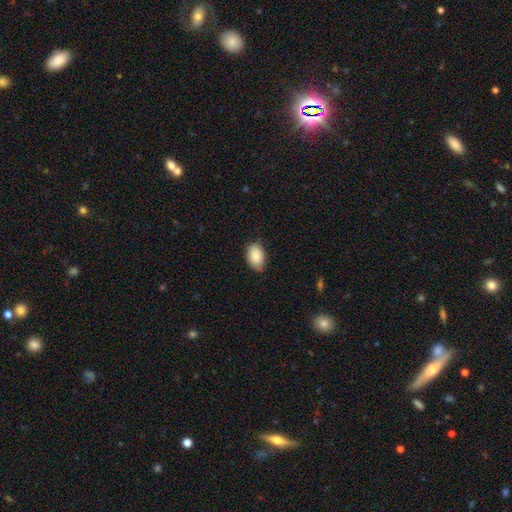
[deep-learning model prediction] Smooth or featured: smooth — 88% (star or artifact — 7%)
How rounded: in between — 88% (round — 11%)
Merging: none — 76% (minor disturbance — 20%)